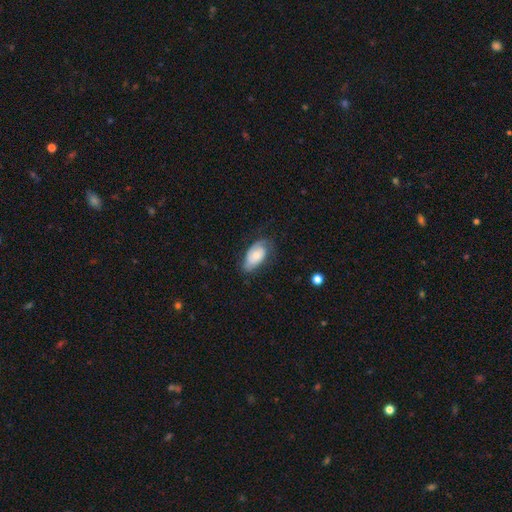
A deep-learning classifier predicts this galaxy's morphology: Overall: smooth (53%; featured or disk 40%). How rounded: in between (92%). Merging: none (58%; minor disturbance 29%).